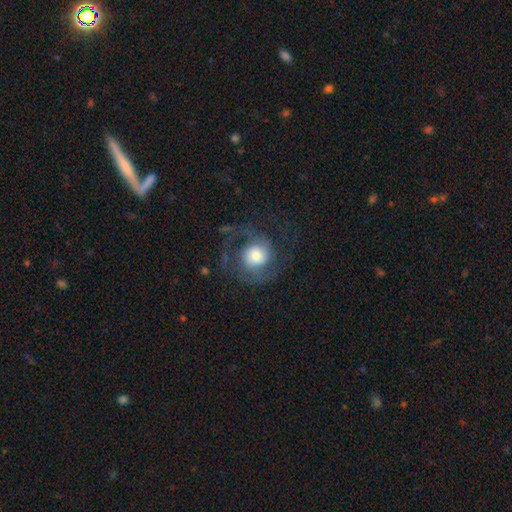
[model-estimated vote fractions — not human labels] smooth-or-featured: featured or disk: 67% | smooth: 25% | star or artifact: 8%
  disk-edge-on: no: 98% | yes: 2%
    bar: no: 72% | weak: 23% | strong: 5%
    has-spiral-arms: yes: 91% | no: 9%
      spiral-winding: medium: 48% | loose: 27% | tight: 25%
      spiral-arm-count: 2: 70% | can't tell: 9% | 1: 9% | 3: 7% | 4: 3% | more than 4: 3%
    bulge-size: large: 40% | moderate: 36% | small: 11% | dominant: 10% | none: 2%
  merging: none: 58% | major disturbance: 25% | minor disturbance: 15% | merger: 2%